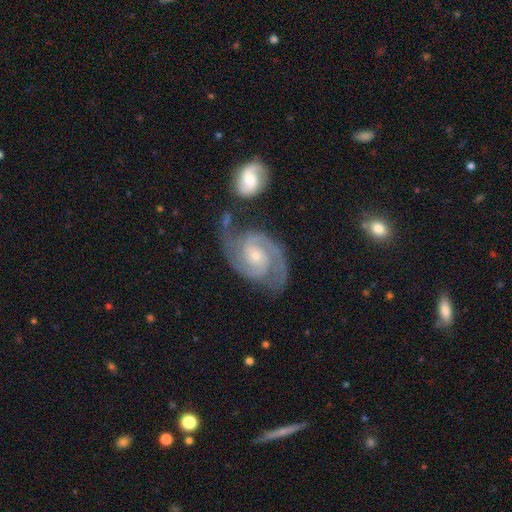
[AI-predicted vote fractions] Morphology: type=featured or disk (92%); edge-on=no (98%); bar=no (56%); spiral arms=yes (98%); winding=medium (47%); arm count=2 (89%); bulge=small (62%); merging=none (67%).